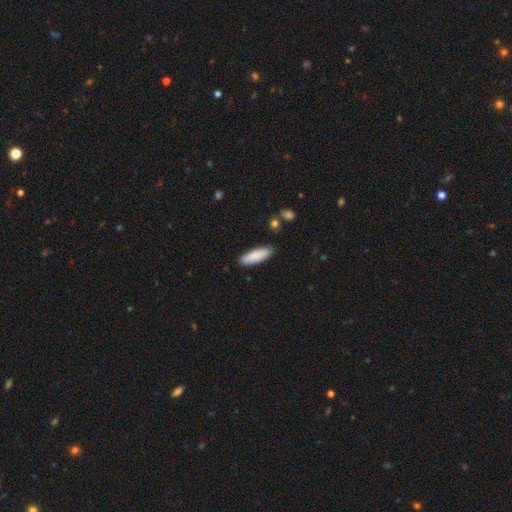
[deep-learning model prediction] A smooth galaxy with no disk features (87%) that is in between round and cigar-shaped (51%).

Vote fractions:
- Smooth or featured? smooth: 87% / featured or disk: 7% / star or artifact: 6%
- How rounded? in between: 51% / cigar-shaped: 47% / round: 1%
- Merging? none: 88% / minor disturbance: 9% / major disturbance: 2% / merger: 2%